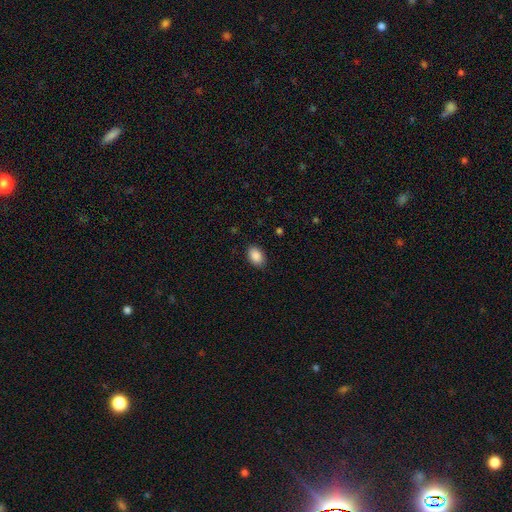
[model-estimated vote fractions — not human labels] smooth-or-featured: smooth: 89% | star or artifact: 7% | featured or disk: 4%
  how-rounded: in between: 88% | round: 11% | cigar-shaped: 1%
  merging: none: 86% | minor disturbance: 10% | major disturbance: 2% | merger: 1%